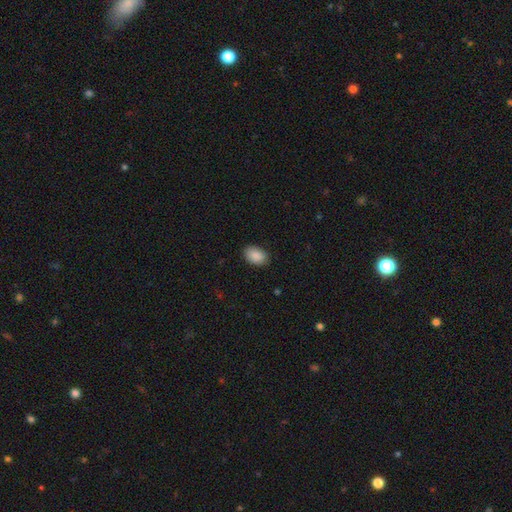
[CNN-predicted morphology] The model was most divided on "how rounded": in between: 88%, round: 11%, cigar-shaped: 1%. More confident: smooth or featured — smooth (90%); merging — none (87%).